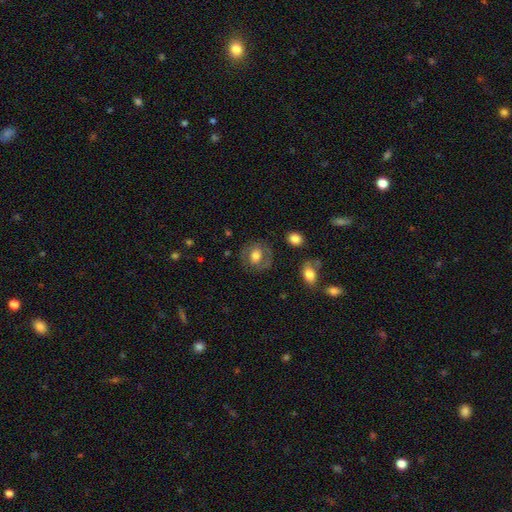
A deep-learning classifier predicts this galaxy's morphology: A smooth galaxy with no disk features (58%) that is round (74%). Merging: none (78%).